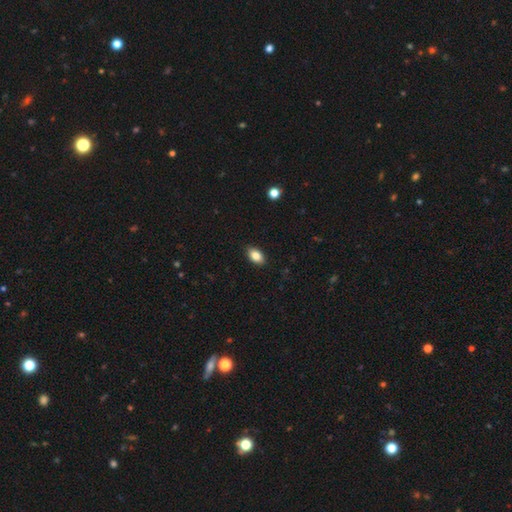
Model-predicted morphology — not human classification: Smooth or featured? Predicted: smooth (p=0.84). How rounded? Predicted: in between (p=0.91). Merging? Predicted: none (p=0.88).